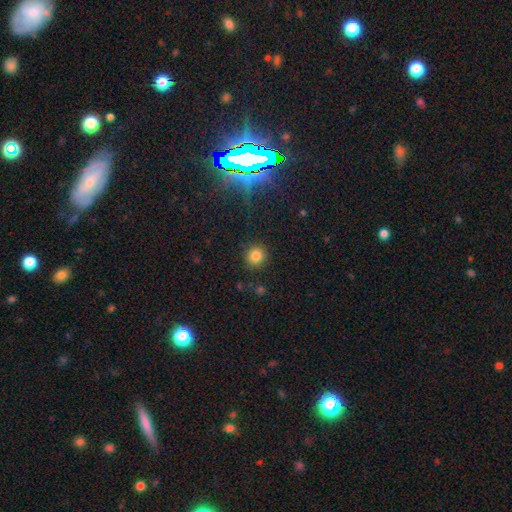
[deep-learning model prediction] smooth-or-featured: smooth: 81% | star or artifact: 13% | featured or disk: 6%
  how-rounded: round: 92% | in between: 7% | cigar-shaped: 1%
  merging: none: 89% | minor disturbance: 7% | major disturbance: 3% | merger: 2%